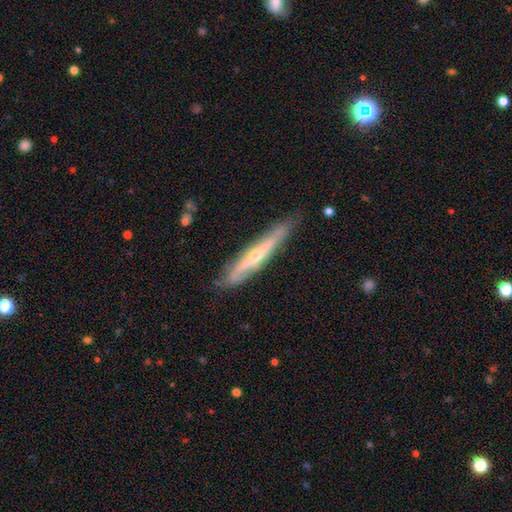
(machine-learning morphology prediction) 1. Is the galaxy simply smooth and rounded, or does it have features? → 69% featured or disk, 25% smooth, 6% star or artifact.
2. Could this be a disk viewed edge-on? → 81% yes, 19% no.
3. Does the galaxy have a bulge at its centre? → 77% rounded, 20% none, 3% boxy.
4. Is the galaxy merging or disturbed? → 79% none, 16% minor disturbance, 3% major disturbance, 2% merger.